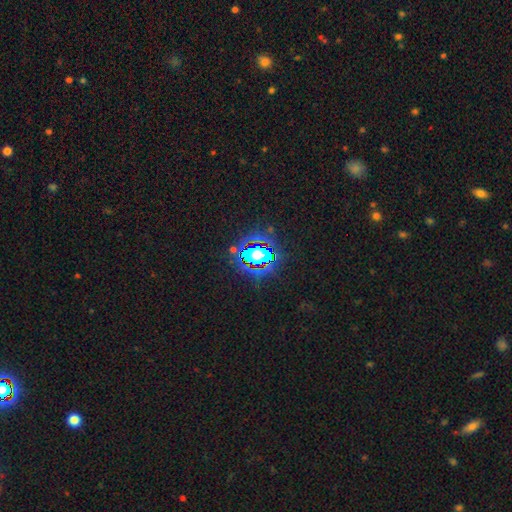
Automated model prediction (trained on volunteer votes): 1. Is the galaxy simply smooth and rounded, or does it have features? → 81% star or artifact, 12% smooth, 7% featured or disk.